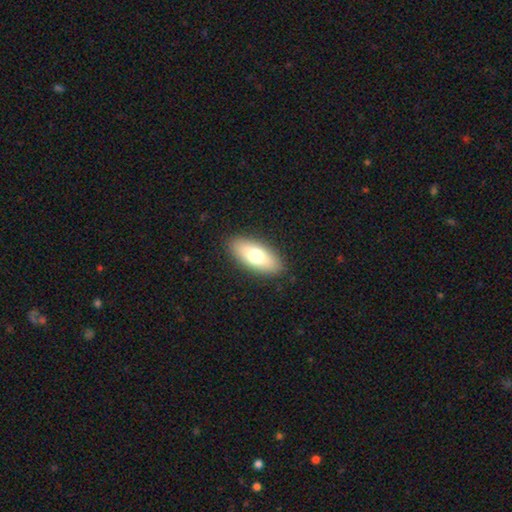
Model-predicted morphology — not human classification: Q: Smooth or featured?
A: smooth (71%); runner-up: featured or disk (22%)
Q: How rounded?
A: in between (83%); runner-up: cigar-shaped (14%)
Q: Merging?
A: none (89%); runner-up: minor disturbance (8%)